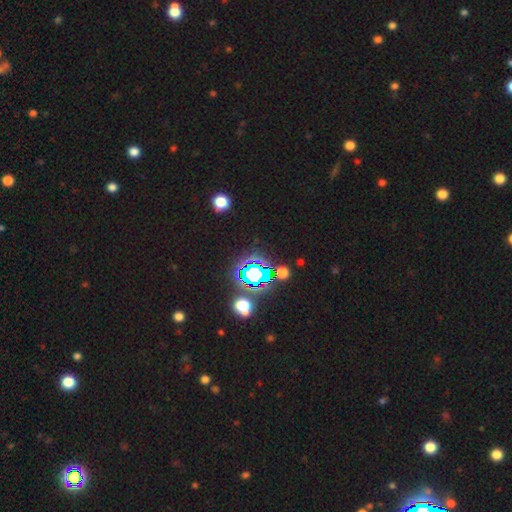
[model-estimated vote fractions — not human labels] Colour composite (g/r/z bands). It shows a star or artifact, not a galaxy (80%).